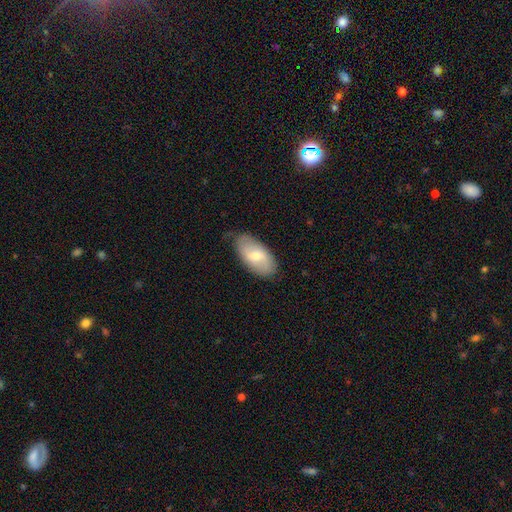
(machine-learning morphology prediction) smooth-or-featured: smooth: 61% | featured or disk: 33% | star or artifact: 6%
  how-rounded: in between: 94% | cigar-shaped: 3% | round: 3%
  merging: none: 78% | minor disturbance: 18% | major disturbance: 3% | merger: 1%